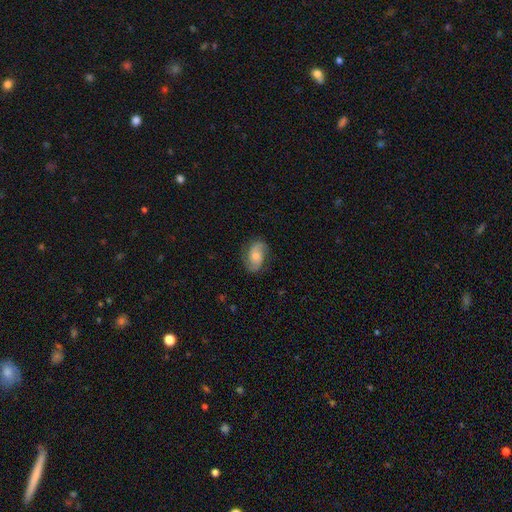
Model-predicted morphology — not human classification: smooth-or-featured: featured or disk: 65% | smooth: 28% | star or artifact: 7%
  disk-edge-on: no: 97% | yes: 3%
    bar: no: 65% | weak: 29% | strong: 6%
    has-spiral-arms: yes: 93% | no: 7%
      spiral-winding: medium: 44% | loose: 33% | tight: 22%
      spiral-arm-count: 2: 88% | can't tell: 6% | 1: 2% | 3: 2% | 4: 1% | more than 4: 1%
    bulge-size: moderate: 50% | small: 37% | large: 6% | none: 5% | dominant: 1%
  merging: none: 77% | minor disturbance: 16% | major disturbance: 6% | merger: 1%